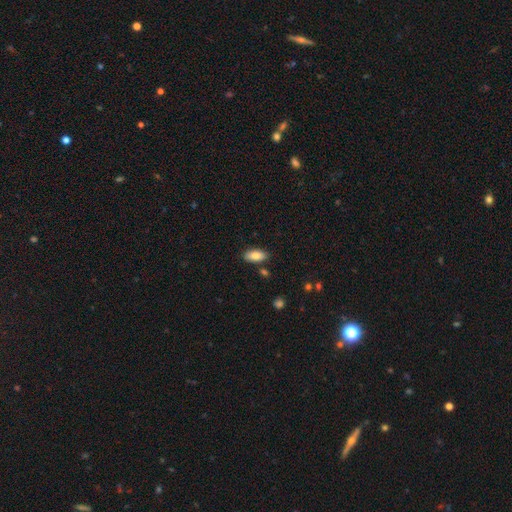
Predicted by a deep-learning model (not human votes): smooth 84%, featured or disk 9%, star or artifact 7%. Down the decision tree: how rounded — in between (89%); merging — none (83%).